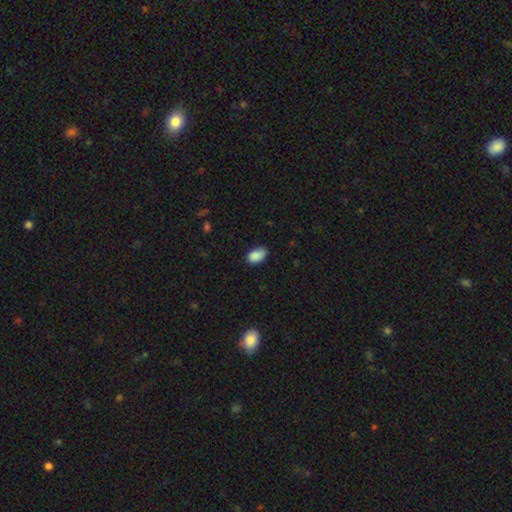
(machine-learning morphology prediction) A smooth galaxy with no disk features (88%) that is in between round and cigar-shaped (91%). Merging: none (67%).